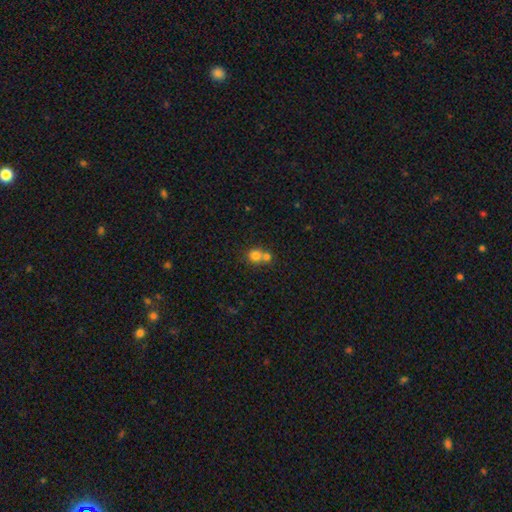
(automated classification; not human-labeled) Smooth or featured: smooth — 77% (star or artifact — 12%)
How rounded: round — 84% (in between — 15%)
Merging: merger — 55% (none — 37%)